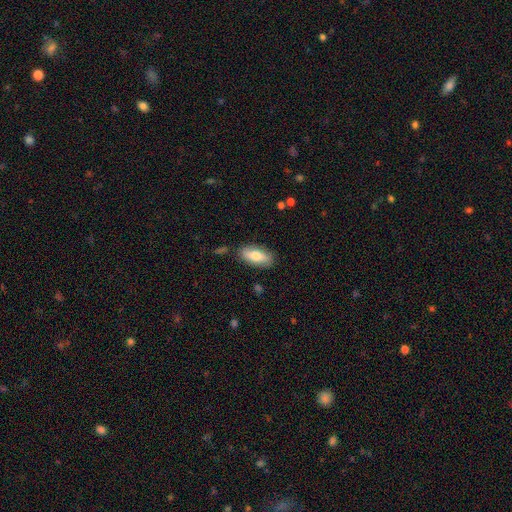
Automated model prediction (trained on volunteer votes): smooth_or_featured: smooth (p=0.72) [alt: featured or disk p=0.21]
how_rounded: in between (p=0.84) [alt: cigar-shaped p=0.14]
merging: none (p=0.84) [alt: minor disturbance p=0.12]